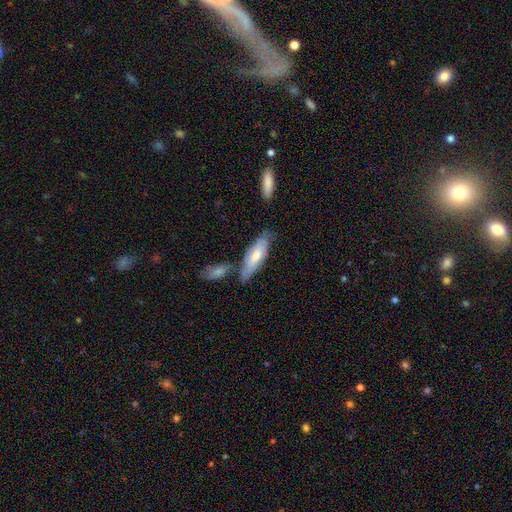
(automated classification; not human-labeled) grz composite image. It shows a smooth galaxy with no disk features (58%) that is in between round and cigar-shaped (54%). Merging: none (53%).